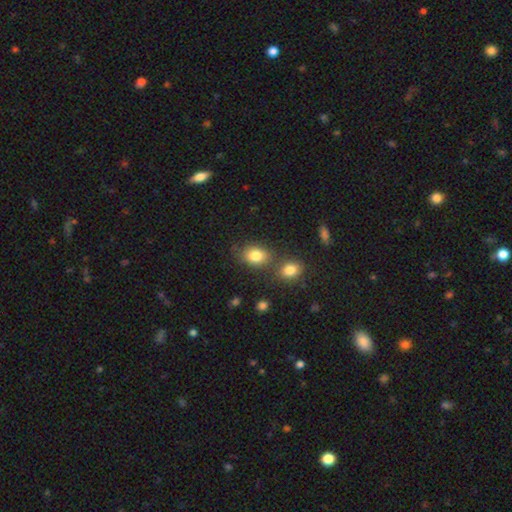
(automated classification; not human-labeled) A smooth galaxy with no disk features (82%) that is in between round and cigar-shaped (68%). Merging: none (63%).